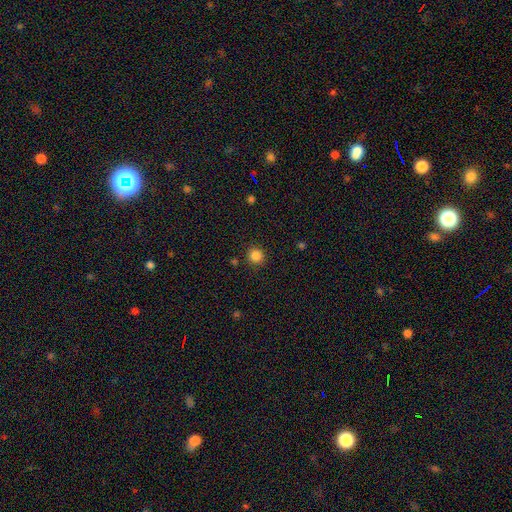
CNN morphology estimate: type=smooth (85%); roundness=round (92%); merging=none (89%).